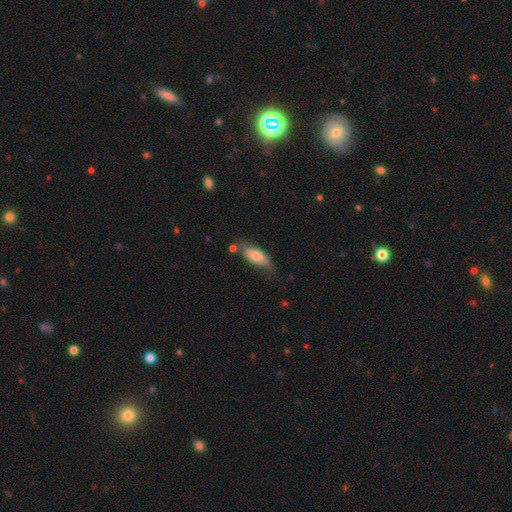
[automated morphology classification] Overall: smooth (69%). How rounded: in between (75%). Merging: none (52%; minor disturbance 31%).